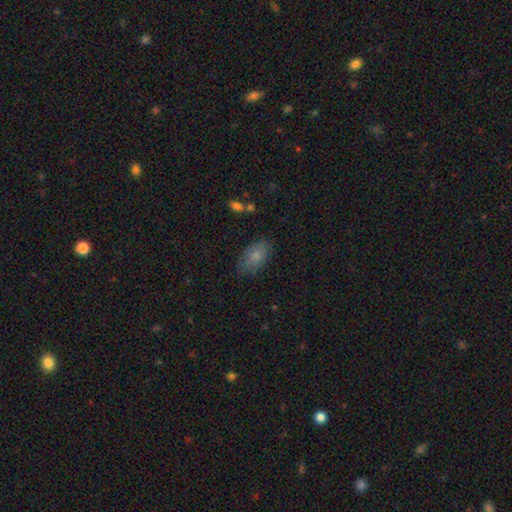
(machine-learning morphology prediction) smooth-or-featured: smooth: 81% | featured or disk: 11% | star or artifact: 8%
  how-rounded: in between: 91% | round: 4% | cigar-shaped: 4%
  merging: none: 79% | minor disturbance: 16% | major disturbance: 4% | merger: 2%